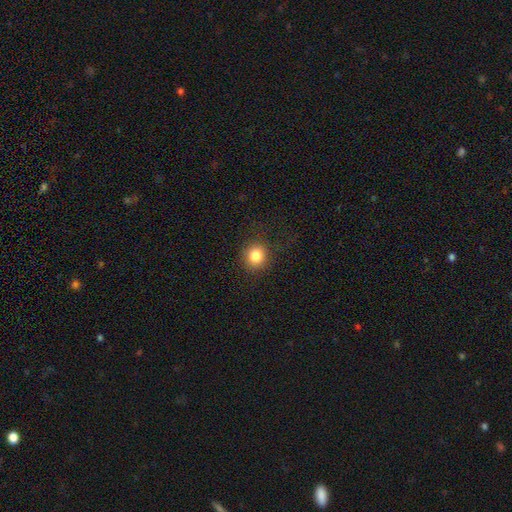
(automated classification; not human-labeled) smooth_or_featured: smooth (p=0.84) [alt: star or artifact p=0.11]
how_rounded: round (p=0.86) [alt: in between p=0.13]
merging: none (p=0.87) [alt: minor disturbance p=0.08]